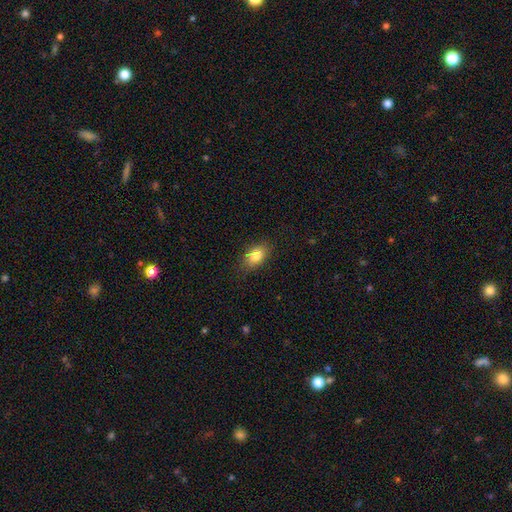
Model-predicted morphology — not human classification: Smooth or featured? Predicted: smooth (p=0.82). How rounded? Predicted: in between (p=0.84). Merging? Predicted: none (p=0.81).